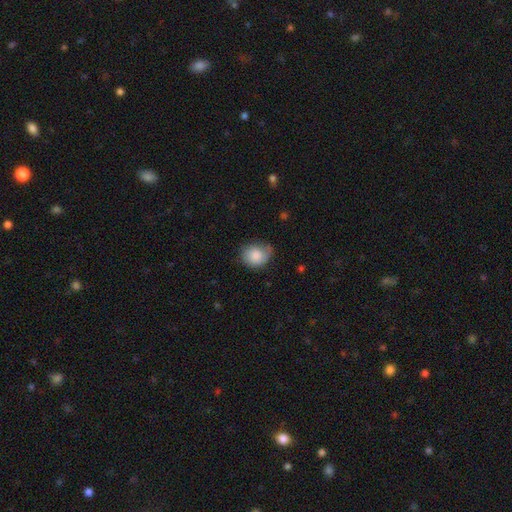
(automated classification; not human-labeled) smooth_or_featured: smooth (p=0.75) [alt: featured or disk p=0.18]
how_rounded: round (p=0.61) [alt: in between p=0.38]
merging: none (p=0.53) [alt: minor disturbance p=0.34]